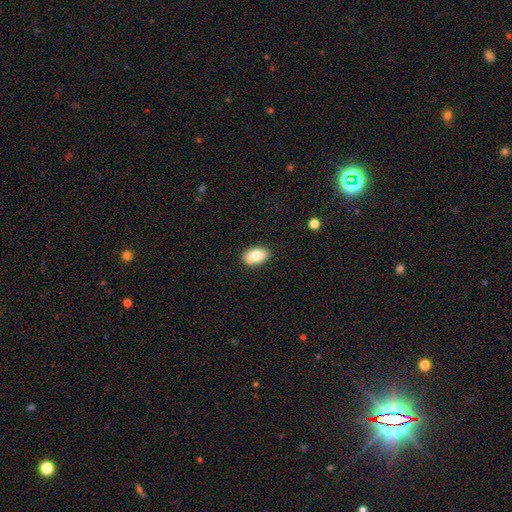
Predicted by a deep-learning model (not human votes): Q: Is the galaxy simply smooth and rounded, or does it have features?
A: smooth — 83%.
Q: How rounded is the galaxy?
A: in between — 91%.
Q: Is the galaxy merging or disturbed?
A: none — 85%.